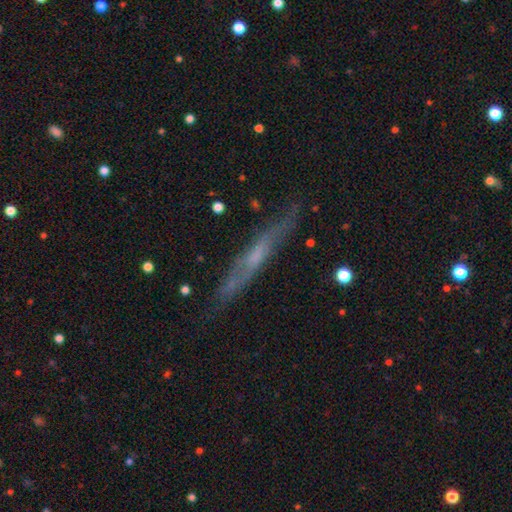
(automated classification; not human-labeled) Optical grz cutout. It shows a featured or disk galaxy (58%) viewed edge-on (85%). Merging: none (78%).